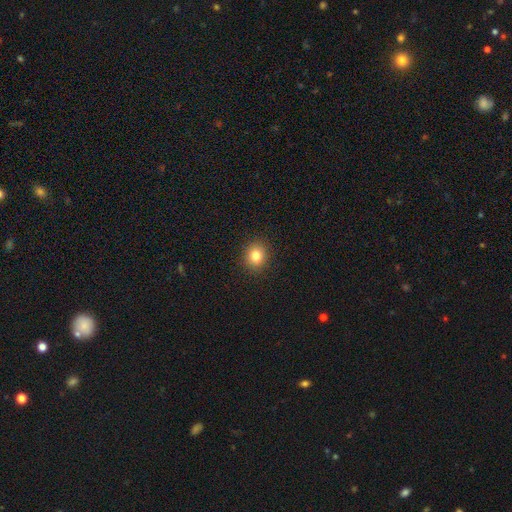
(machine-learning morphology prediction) The model was most divided on "how rounded": round: 76%, in between: 23%, cigar-shaped: 1%. More confident: merging — none (91%); smooth or featured — smooth (82%).